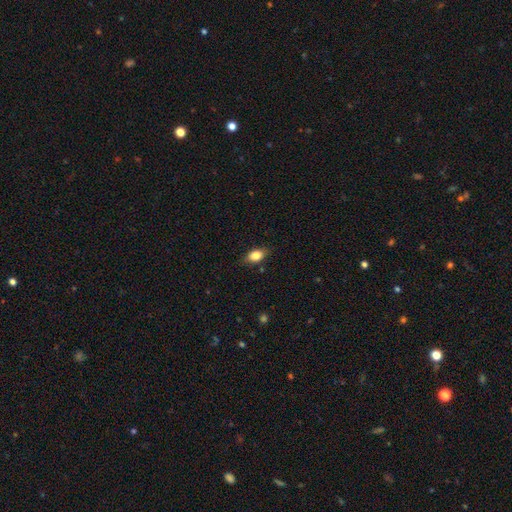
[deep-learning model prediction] smooth_or_featured: smooth (p=0.82) [alt: featured or disk p=0.10]
how_rounded: in between (p=0.84) [alt: round p=0.12]
merging: none (p=0.81) [alt: minor disturbance p=0.15]